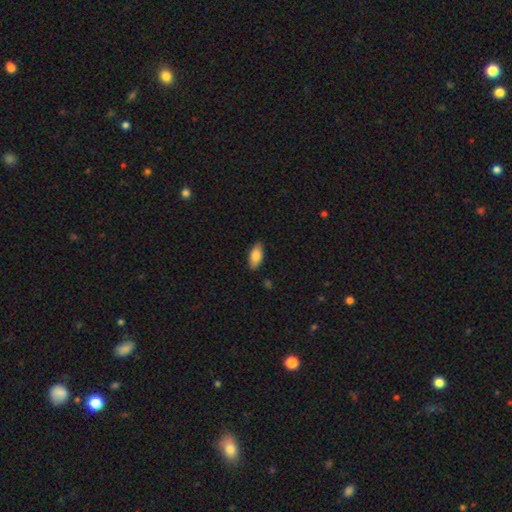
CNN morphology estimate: This is clearly a smooth galaxy (84%). How rounded: clearly in between (90%). Merging: clearly none (86%).